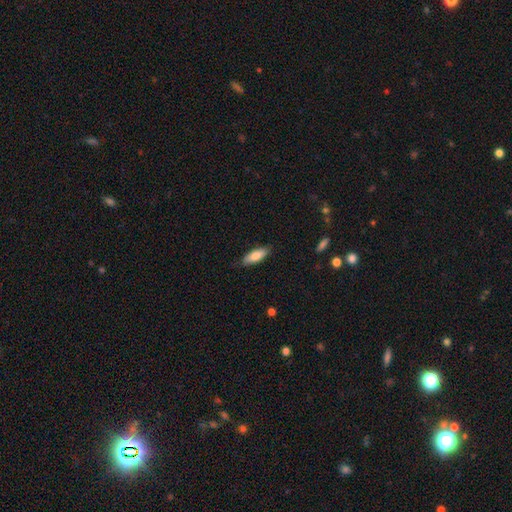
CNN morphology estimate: Q: Smooth or featured?
A: smooth (80%); runner-up: featured or disk (14%)
Q: How rounded?
A: in between (65%); runner-up: cigar-shaped (33%)
Q: Merging?
A: none (82%); runner-up: minor disturbance (14%)